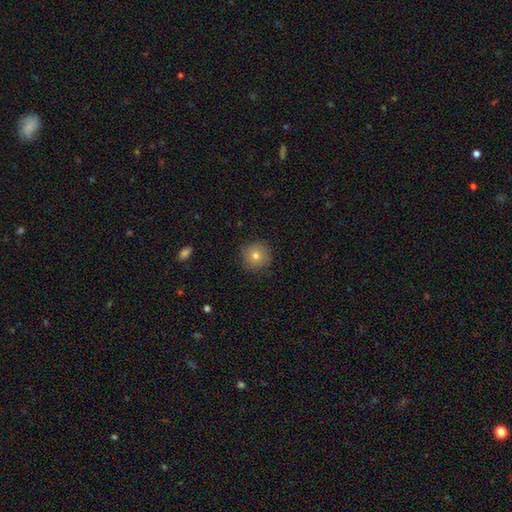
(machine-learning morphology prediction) smooth-or-featured: smooth: 74% | featured or disk: 13% | star or artifact: 13%
  how-rounded: round: 95% | in between: 4% | cigar-shaped: 1%
  merging: none: 88% | minor disturbance: 9% | major disturbance: 2% | merger: 1%